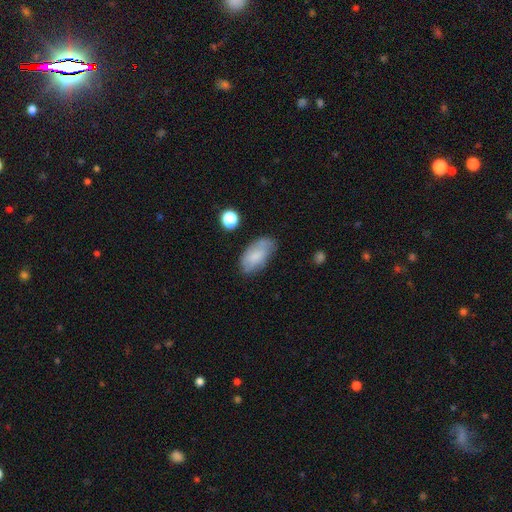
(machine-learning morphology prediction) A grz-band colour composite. It shows a smooth galaxy with no disk features (74%) that is in between round and cigar-shaped (93%). Merging: none (63%).